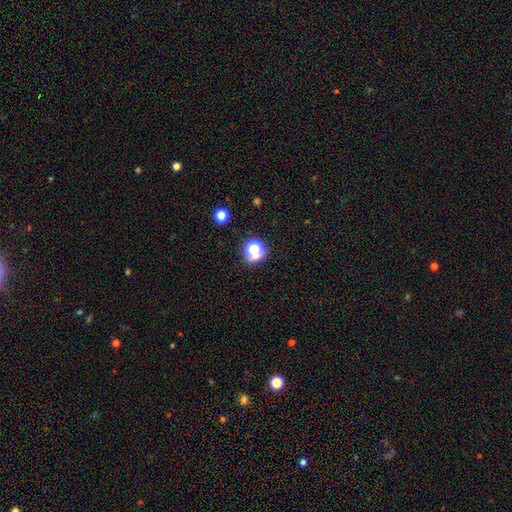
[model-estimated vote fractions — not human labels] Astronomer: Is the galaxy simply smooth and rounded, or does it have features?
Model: smooth — 49% (runner-up: star or artifact, 43%).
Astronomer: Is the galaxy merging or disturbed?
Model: none — 78%.